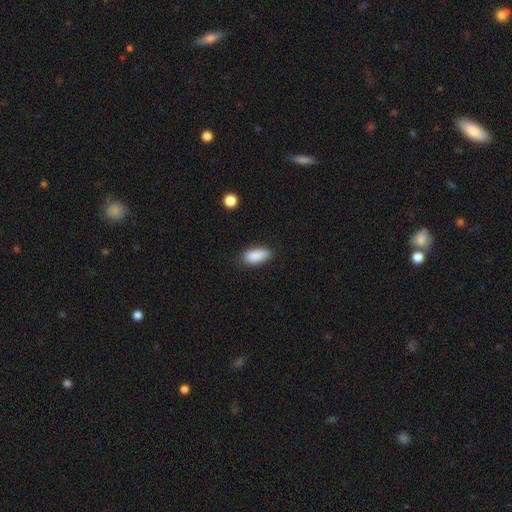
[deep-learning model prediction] A smooth galaxy with no disk features (89%) that is in between round and cigar-shaped (87%).

Vote fractions:
- Smooth or featured? smooth: 89% / star or artifact: 7% / featured or disk: 4%
- How rounded? in between: 87% / cigar-shaped: 11% / round: 3%
- Merging? none: 80% / minor disturbance: 16% / major disturbance: 3% / merger: 2%